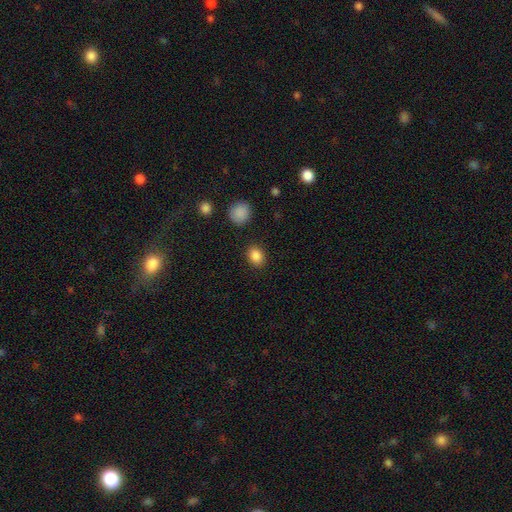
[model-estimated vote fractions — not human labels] Smooth or featured? smooth (87%)
How rounded? in between (57%)
Merging? none (87%)